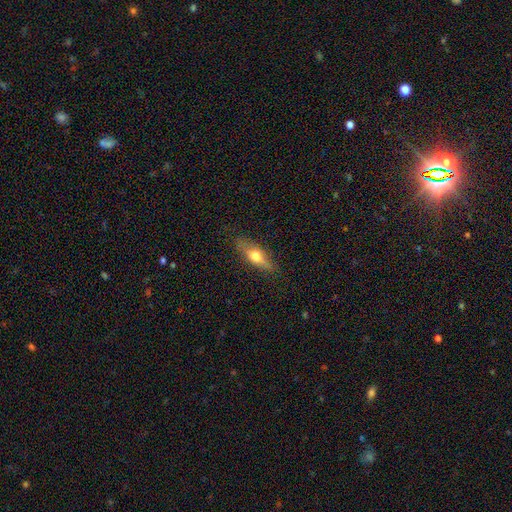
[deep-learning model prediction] This is likely a smooth galaxy (61%). How rounded: possibly in between (56%). Merging: likely none (80%).